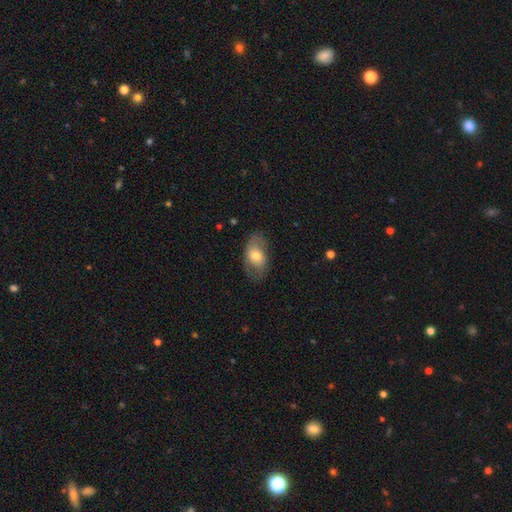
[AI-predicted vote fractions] This appears to be a smooth galaxy with no disk features (59%) that is in between round and cigar-shaped (88%). Merging: none (69%).